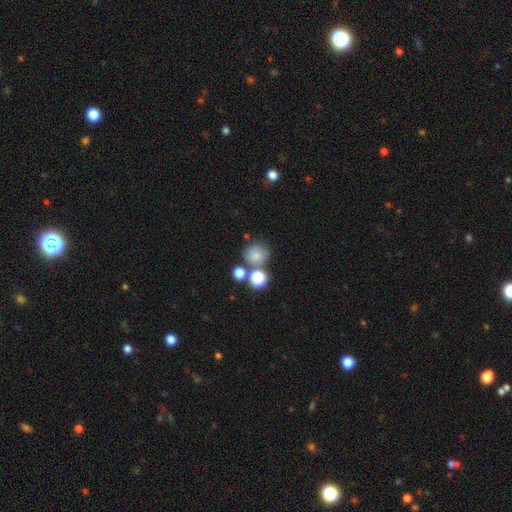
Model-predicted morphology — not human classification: Smooth or featured? Predicted: smooth (p=0.70). How rounded? Predicted: round (p=0.84). Merging? Predicted: none (p=0.59).